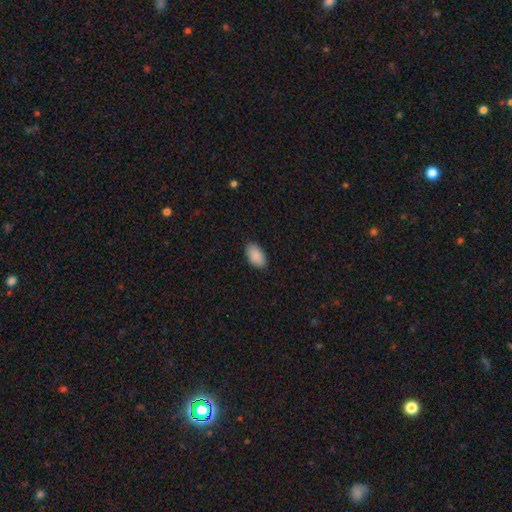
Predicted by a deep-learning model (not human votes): Morphology: type=smooth (91%); roundness=in between (95%); merging=none (88%).